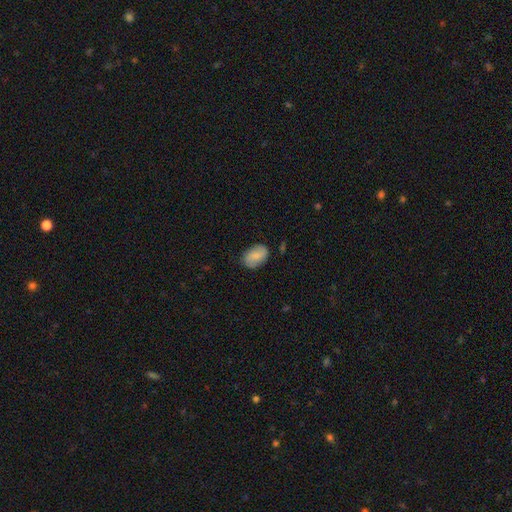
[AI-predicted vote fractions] Overall: smooth (80%). How rounded: in between (88%). Merging: none (79%).